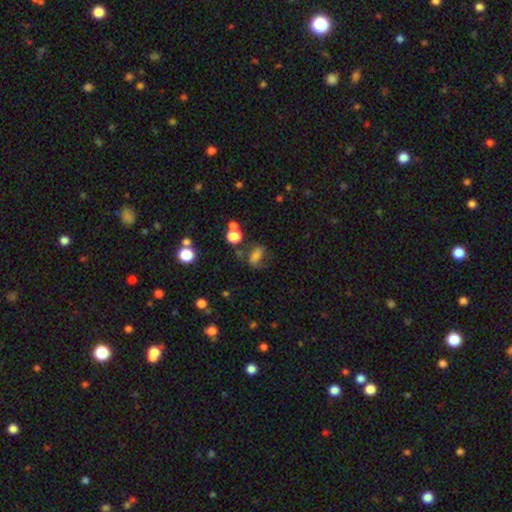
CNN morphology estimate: The model was most divided on "merging": none: 47%, minor disturbance: 23%, major disturbance: 22%, merger: 8%. More confident: how rounded — in between (74%); smooth or featured — smooth (58%).